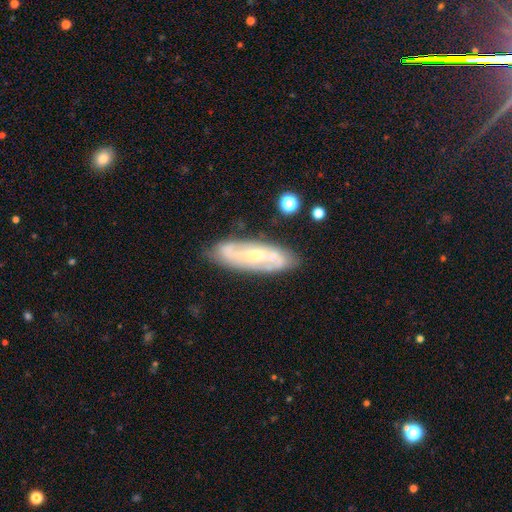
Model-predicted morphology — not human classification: Smooth or featured? Predicted: featured or disk (p=0.79). Edge-on disk? Predicted: no (p=0.86). Bar? Predicted: weak (p=0.39). Spiral arms? Predicted: yes (p=0.91). Spiral winding? Predicted: medium (p=0.43). Spiral arm count? Predicted: 2 (p=0.82). Bulge size? Predicted: small (p=0.58). Merging? Predicted: none (p=0.81).